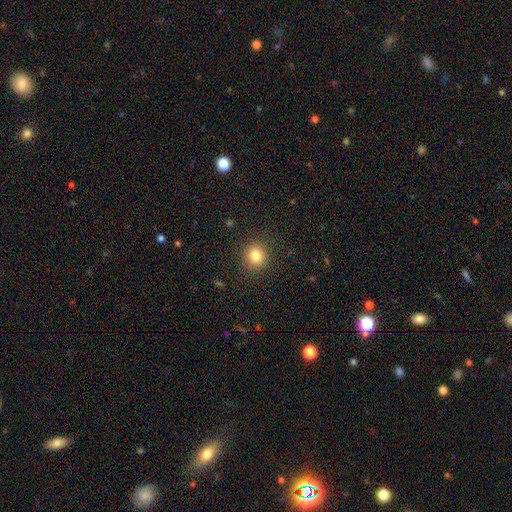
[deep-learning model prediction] This appears to be a smooth galaxy with no disk features (82%) that is round (87%). Merging: none (90%).